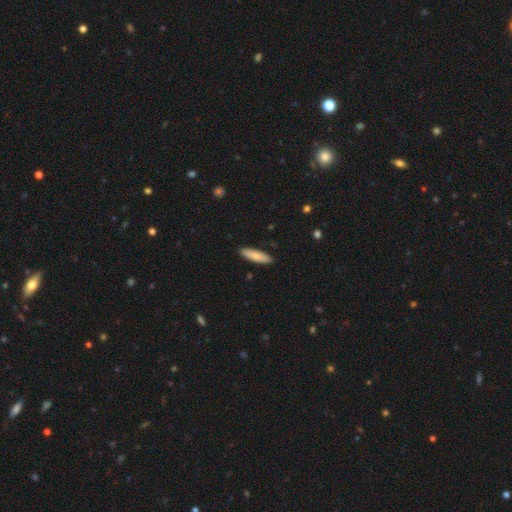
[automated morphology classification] Overall: smooth (83%). How rounded: cigar-shaped (65%; in between 33%). Merging: none (90%).